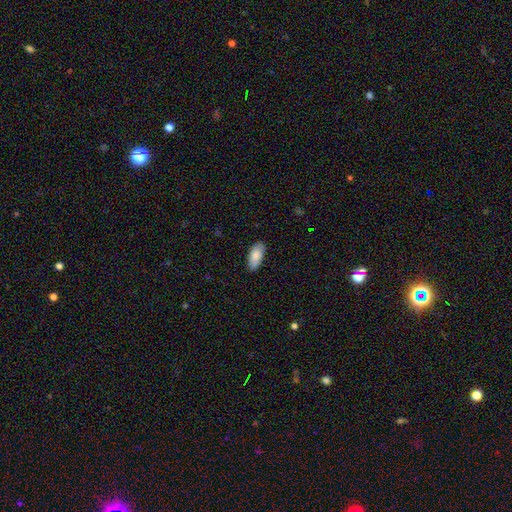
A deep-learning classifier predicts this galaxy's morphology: smooth_or_featured: smooth (p=0.86) [alt: featured or disk p=0.09]
how_rounded: in between (p=0.88) [alt: cigar-shaped p=0.10]
merging: none (p=0.85) [alt: minor disturbance p=0.12]